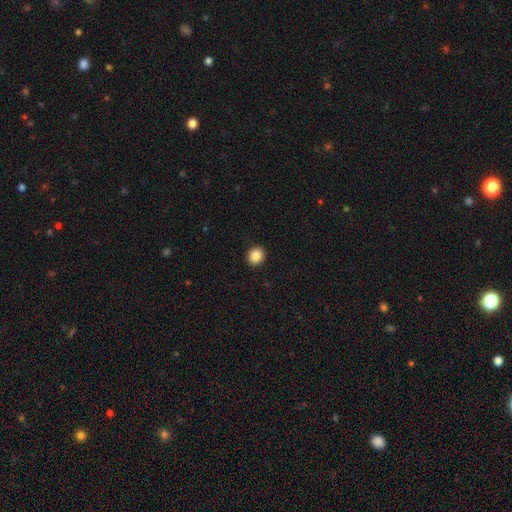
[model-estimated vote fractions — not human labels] Smooth or featured? smooth (87%)
How rounded? round (84%)
Merging? none (93%)